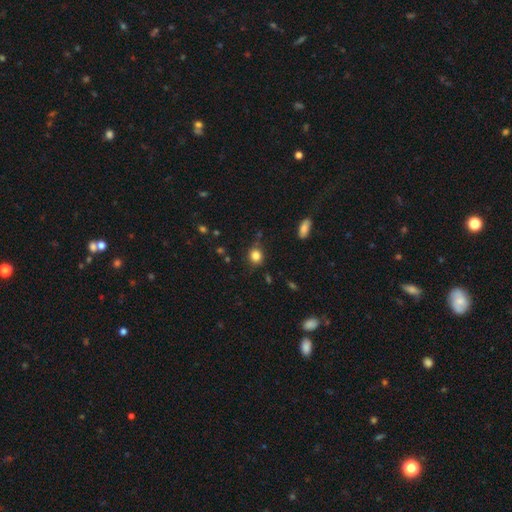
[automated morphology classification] This appears to be a smooth galaxy with no disk features (83%) that is round (80%). Merging: none (82%).